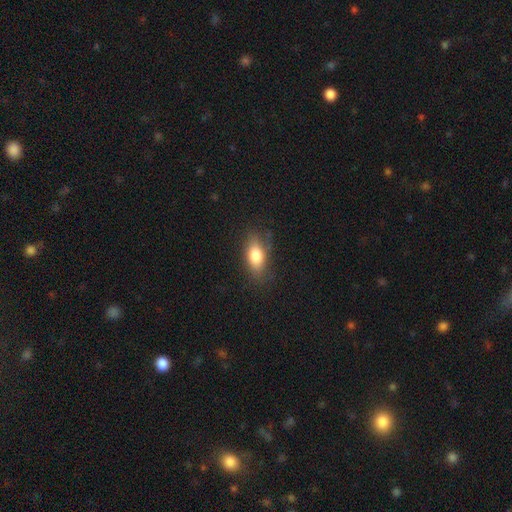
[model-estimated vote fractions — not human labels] Smooth or featured?
  - smooth: 79% *
  - featured or disk: 13%
  - star or artifact: 8%
How rounded?
  - in between: 83% *
  - cigar-shaped: 10%
  - round: 6%
Merging?
  - none: 75% *
  - minor disturbance: 18%
  - major disturbance: 5%
  - merger: 1%